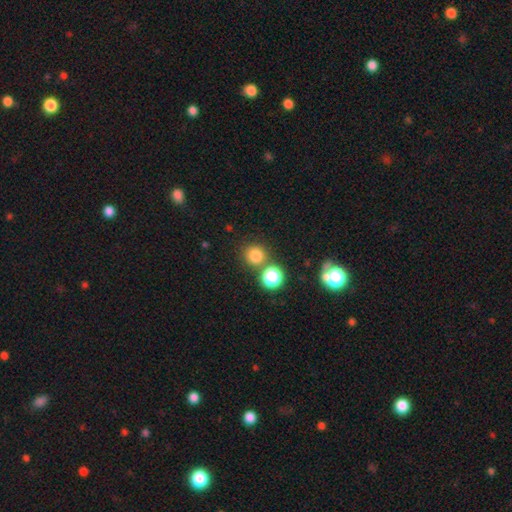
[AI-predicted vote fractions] smooth_or_featured: smooth (p=0.78) [alt: star or artifact p=0.17]
how_rounded: round (p=0.92) [alt: in between p=0.07]
merging: none (p=0.74) [alt: merger p=0.16]